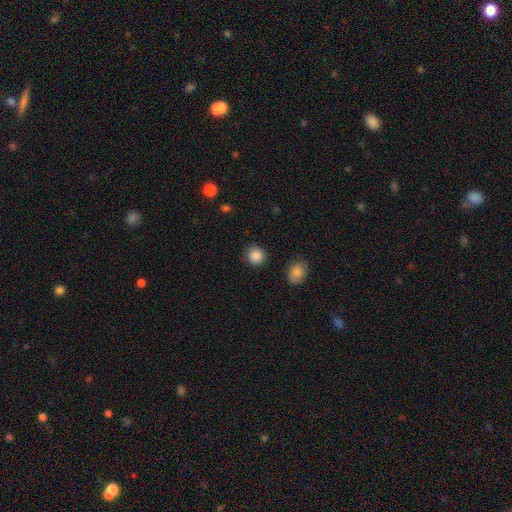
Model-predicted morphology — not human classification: Smooth or featured: smooth — 87% (star or artifact — 9%)
How rounded: round — 88% (in between — 11%)
Merging: none — 87% (minor disturbance — 9%)